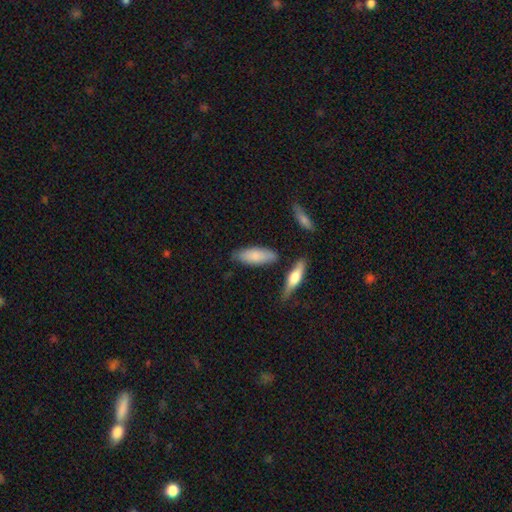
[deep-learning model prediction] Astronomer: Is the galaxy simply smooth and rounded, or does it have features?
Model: smooth — 80%.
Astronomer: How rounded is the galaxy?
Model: in between — 64%.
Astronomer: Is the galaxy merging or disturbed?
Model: none — 75%.